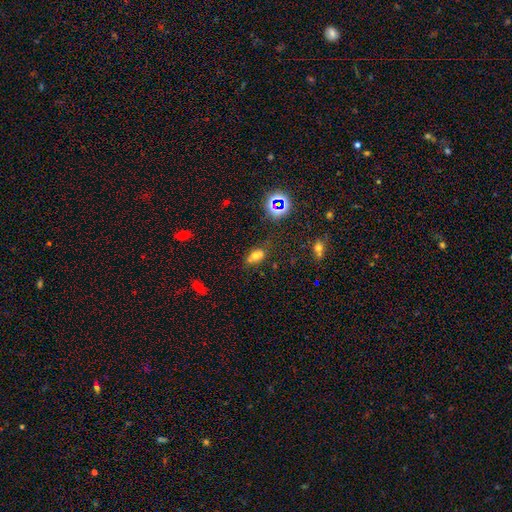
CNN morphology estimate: Smooth or featured?
  - smooth: 60% *
  - star or artifact: 24%
  - featured or disk: 16%
How rounded?
  - in between: 77% *
  - round: 17%
  - cigar-shaped: 6%
Merging?
  - none: 54% *
  - merger: 20%
  - minor disturbance: 18%
  - major disturbance: 7%